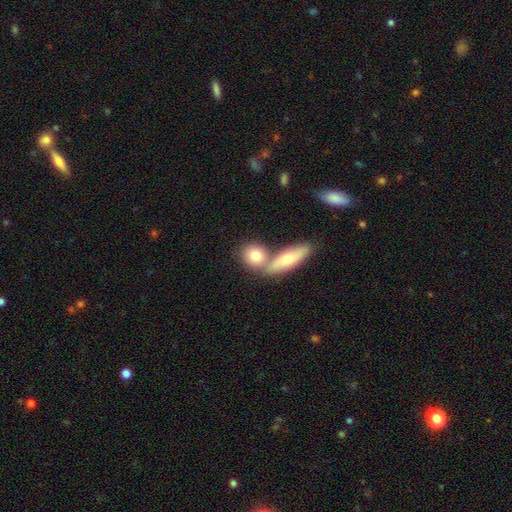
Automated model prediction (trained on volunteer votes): smooth 77%, featured or disk 16%, star or artifact 6%. Down the decision tree: how rounded — round (55%); merging — none (49%).